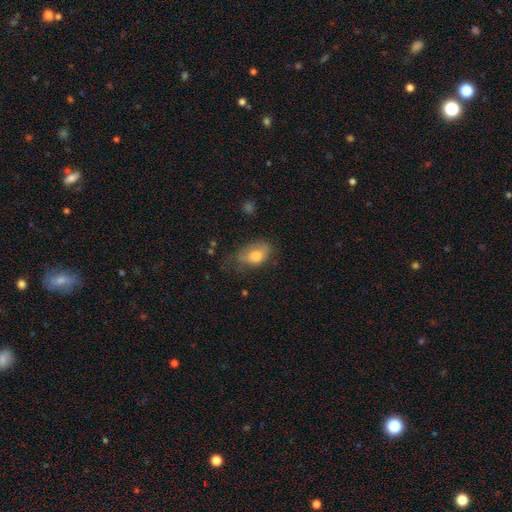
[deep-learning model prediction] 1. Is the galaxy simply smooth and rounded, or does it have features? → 73% smooth, 19% featured or disk, 8% star or artifact.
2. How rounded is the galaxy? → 88% in between, 10% round, 2% cigar-shaped.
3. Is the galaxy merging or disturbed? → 46% none, 35% minor disturbance, 17% major disturbance, 2% merger.